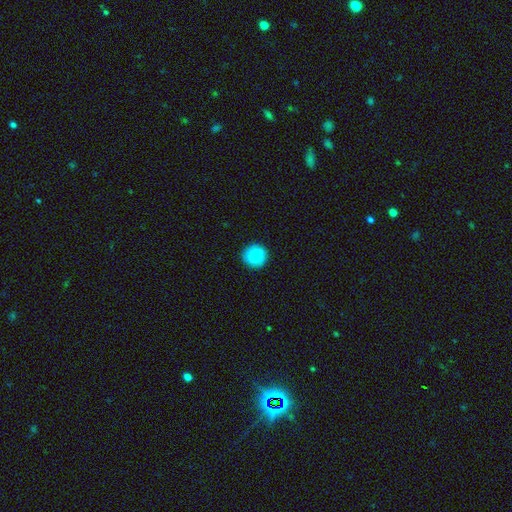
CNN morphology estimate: Overall: smooth (86%). How rounded: round (95%). Merging: none (91%).